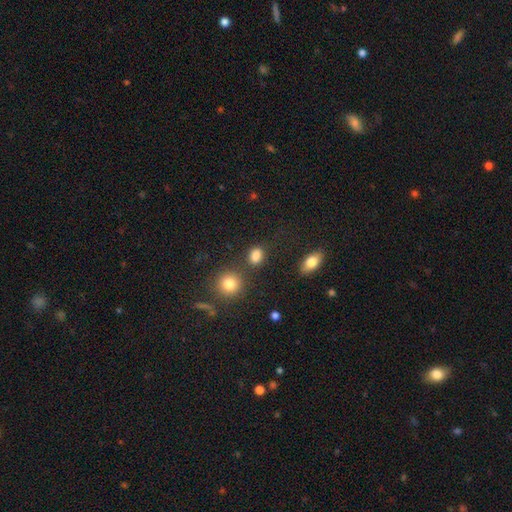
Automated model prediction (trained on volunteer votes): Morphology: type=smooth (84%); roundness=in between (66%); merging=none (73%).